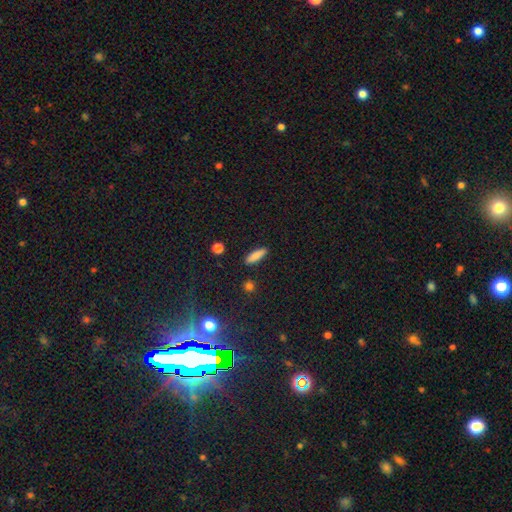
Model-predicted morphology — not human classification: smooth-or-featured: smooth: 83% | featured or disk: 9% | star or artifact: 7%
  how-rounded: cigar-shaped: 60% | in between: 37% | round: 2%
  merging: none: 89% | minor disturbance: 7% | major disturbance: 2% | merger: 2%